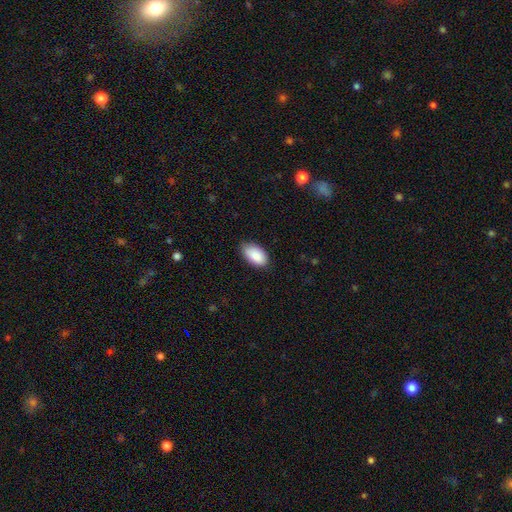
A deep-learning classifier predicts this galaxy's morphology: type=smooth (89%); roundness=in between (95%); merging=none (77%).